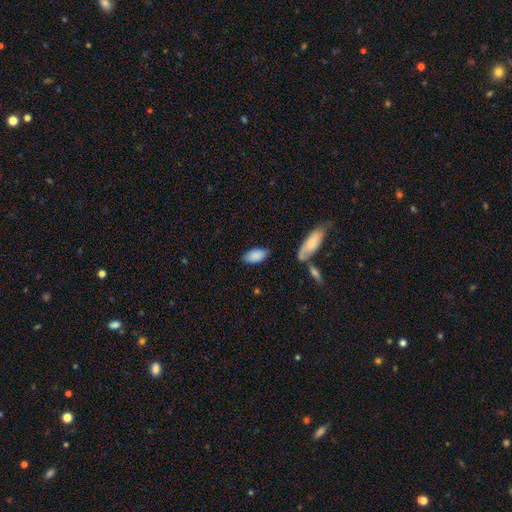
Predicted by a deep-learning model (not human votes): A smooth galaxy with no disk features (87%) that is in between round and cigar-shaped (93%).

Vote fractions:
- Smooth or featured? smooth: 87% / featured or disk: 7% / star or artifact: 6%
- How rounded? in between: 93% / cigar-shaped: 5% / round: 2%
- Merging? none: 78% / minor disturbance: 14% / merger: 4% / major disturbance: 4%